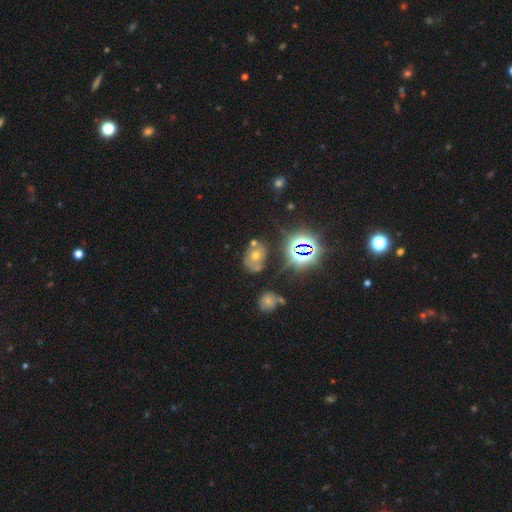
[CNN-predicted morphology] smooth_or_featured: star or artifact (p=0.45) [alt: smooth p=0.29]